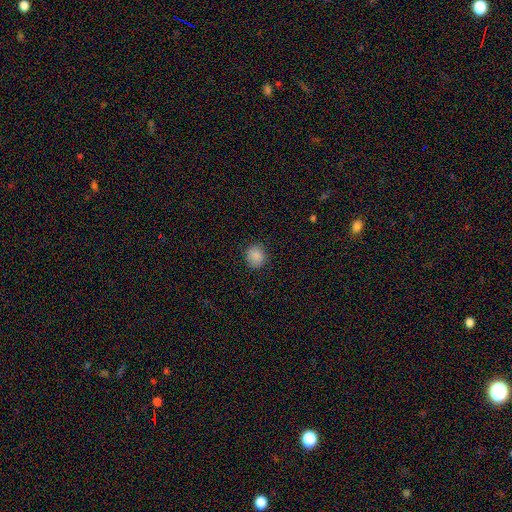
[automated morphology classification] A smooth galaxy with no disk features (87%) that is round (84%). Merging: none (87%).